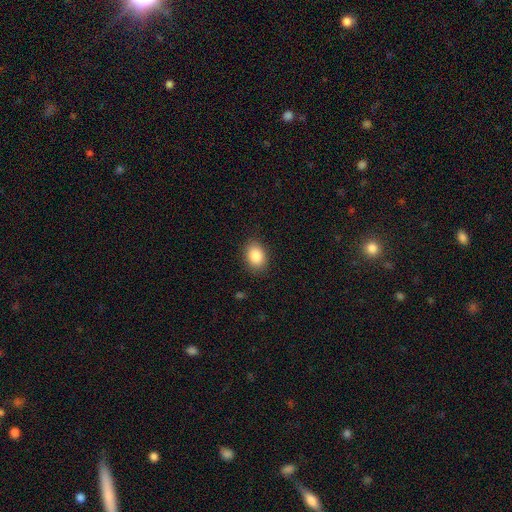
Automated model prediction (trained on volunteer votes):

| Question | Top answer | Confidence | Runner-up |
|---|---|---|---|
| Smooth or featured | smooth | 87% | star or artifact (8%) |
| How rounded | in between | 70% | round (29%) |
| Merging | none | 87% | minor disturbance (9%) |